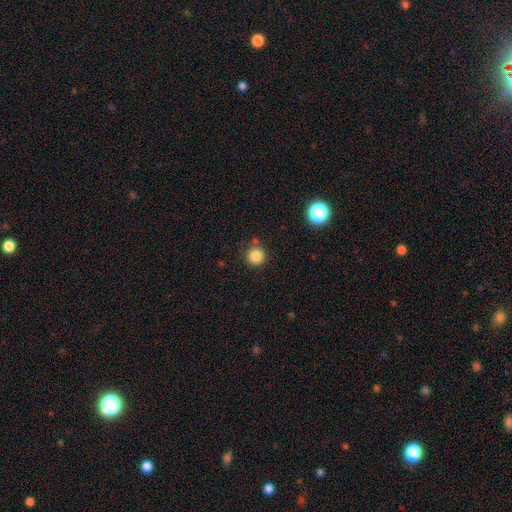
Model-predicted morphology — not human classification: Smooth or featured: smooth — 85% (star or artifact — 11%)
How rounded: round — 94% (in between — 5%)
Merging: none — 82% (minor disturbance — 10%)